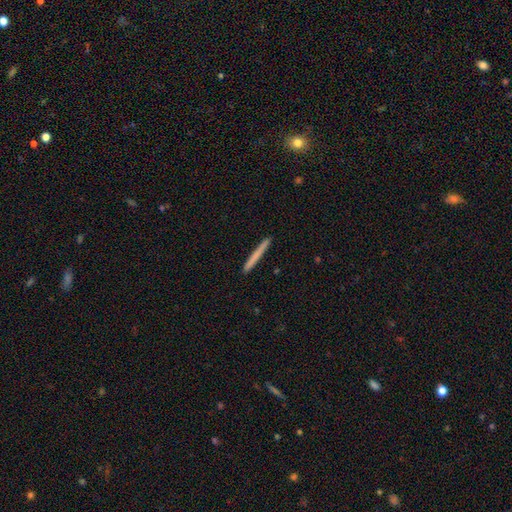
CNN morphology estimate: Q: Smooth or featured?
A: smooth (69%); runner-up: featured or disk (25%)
Q: How rounded?
A: cigar-shaped (97%); runner-up: in between (2%)
Q: Merging?
A: none (93%); runner-up: minor disturbance (5%)